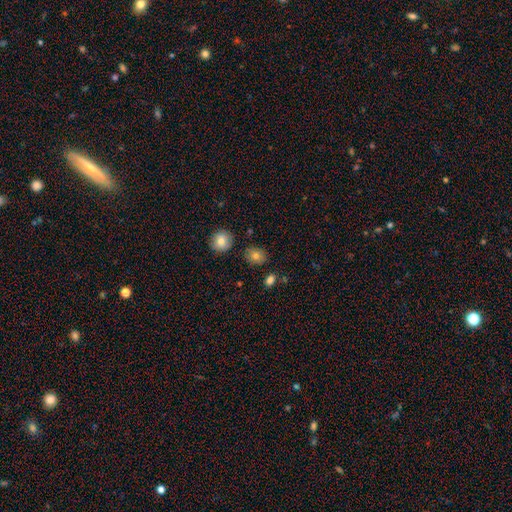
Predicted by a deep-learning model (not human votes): Overall: smooth (80%). How rounded: round (57%; in between 42%). Merging: none (82%).